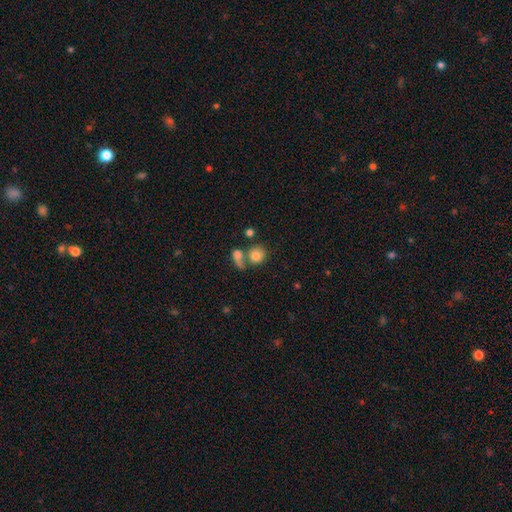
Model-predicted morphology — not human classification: type=smooth (79%); roundness=round (79%); merging=none (44%).